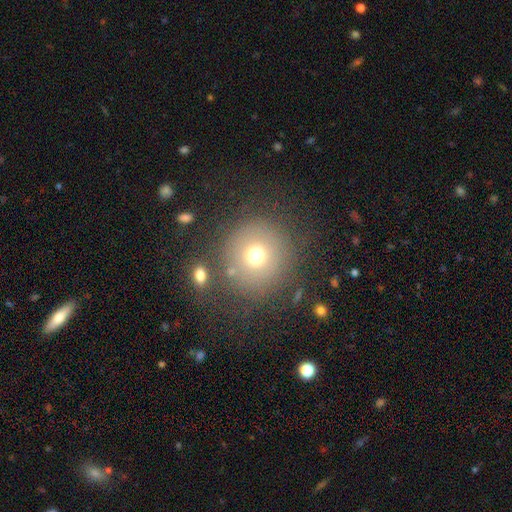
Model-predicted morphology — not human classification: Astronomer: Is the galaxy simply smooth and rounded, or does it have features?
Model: smooth — 70%.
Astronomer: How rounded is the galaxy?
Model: round — 94%.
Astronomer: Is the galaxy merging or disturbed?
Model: none — 79%.